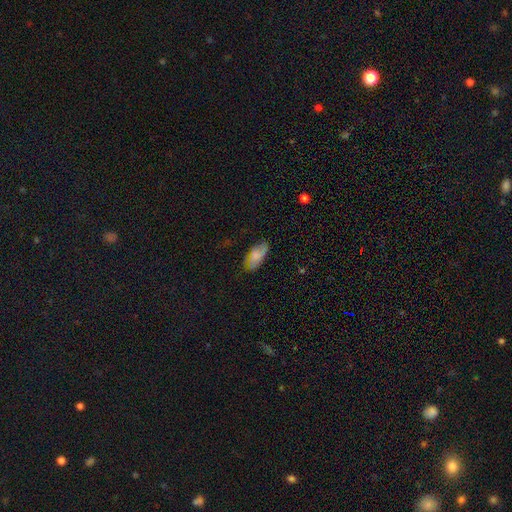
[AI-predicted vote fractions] This appears to be a smooth galaxy with no disk features (70%) that is in between round and cigar-shaped (89%). Merging: none (64%).